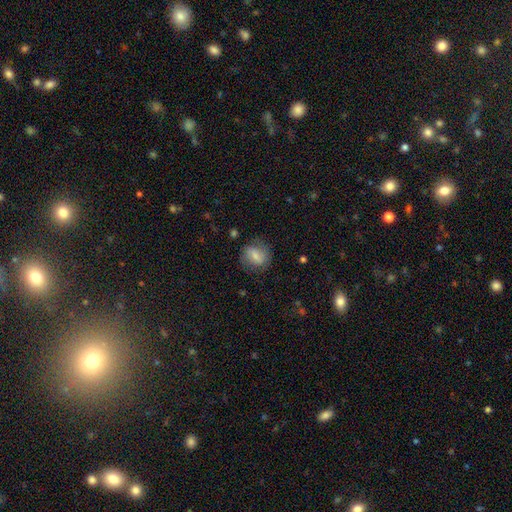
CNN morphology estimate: smooth-or-featured: smooth: 64% | featured or disk: 28% | star or artifact: 8%
  how-rounded: round: 61% | in between: 37% | cigar-shaped: 2%
  merging: none: 75% | minor disturbance: 17% | major disturbance: 7% | merger: 1%